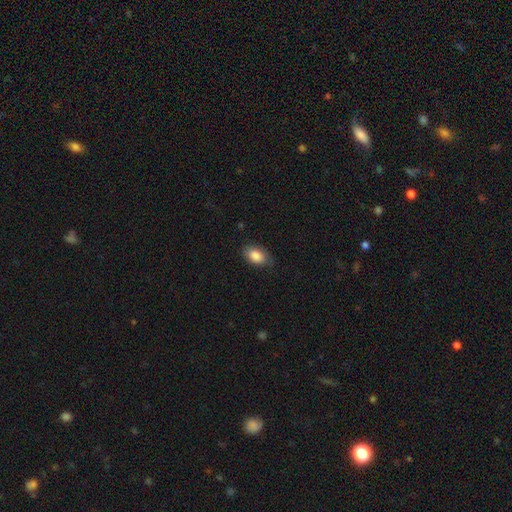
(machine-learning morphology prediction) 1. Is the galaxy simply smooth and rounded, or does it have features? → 86% smooth, 8% featured or disk, 7% star or artifact.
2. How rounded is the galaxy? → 92% in between, 7% round, 2% cigar-shaped.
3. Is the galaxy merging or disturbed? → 76% none, 19% minor disturbance, 4% major disturbance, 1% merger.